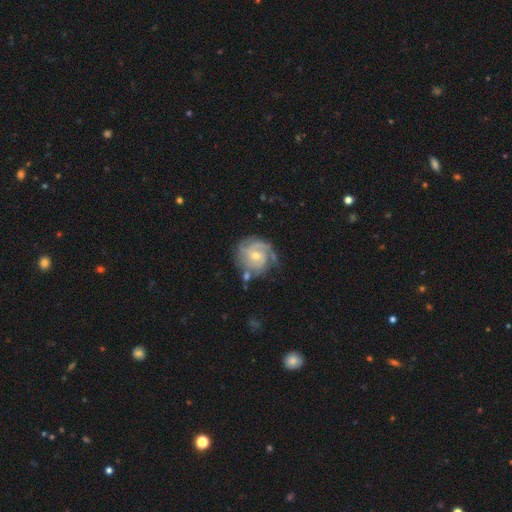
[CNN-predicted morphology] A featured or disk galaxy (84%) with no bar (67%), 3 (31%) tight (62%) spiral arms (95%) and a small central bulge (49%).

Vote fractions:
- Smooth or featured? featured or disk: 84% / smooth: 11% / star or artifact: 5%
- Edge-on disk? no: 98% / yes: 2%
- Bar? no: 67% / weak: 28% / strong: 5%
- Spiral arms? yes: 95% / no: 5%
- Spiral winding? tight: 62% / medium: 30% / loose: 8%
- Spiral arm count? 3: 31% / 2: 26% / can't tell: 25% / 4: 8% / 1: 6% / more than 4: 5%
- Bulge size? small: 49% / moderate: 48% / large: 1% / none: 1% / dominant: 1%
- Merging? none: 63% / minor disturbance: 21% / major disturbance: 10% / merger: 6%